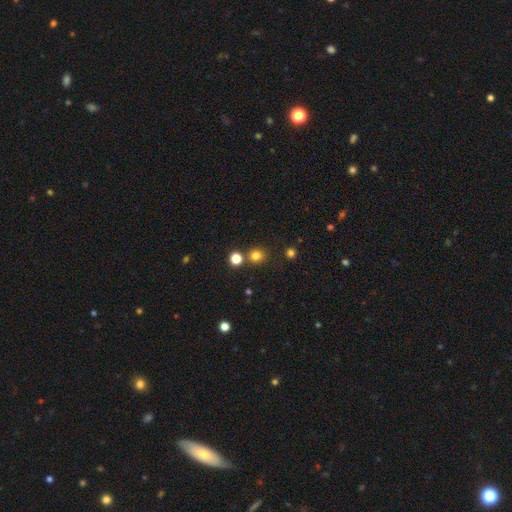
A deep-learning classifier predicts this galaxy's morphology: Smooth or featured: smooth — 78% (star or artifact — 17%)
How rounded: round — 89% (in between — 10%)
Merging: none — 78% (merger — 12%)